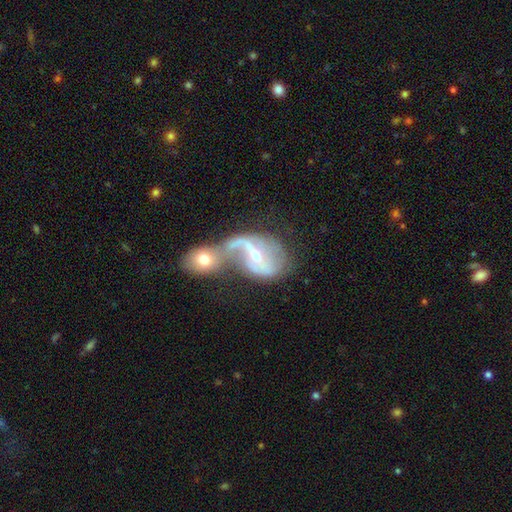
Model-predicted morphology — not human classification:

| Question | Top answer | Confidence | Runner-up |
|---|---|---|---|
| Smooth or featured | featured or disk | 75% | smooth (18%) |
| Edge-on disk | no | 96% | yes (4%) |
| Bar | weak | 45% | strong (28%) |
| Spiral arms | yes | 79% | no (21%) |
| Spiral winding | loose | 62% | medium (28%) |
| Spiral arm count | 2 | 63% | 1 (20%) |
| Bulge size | moderate | 59% | small (35%) |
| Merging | merger | 70% | major disturbance (12%) |